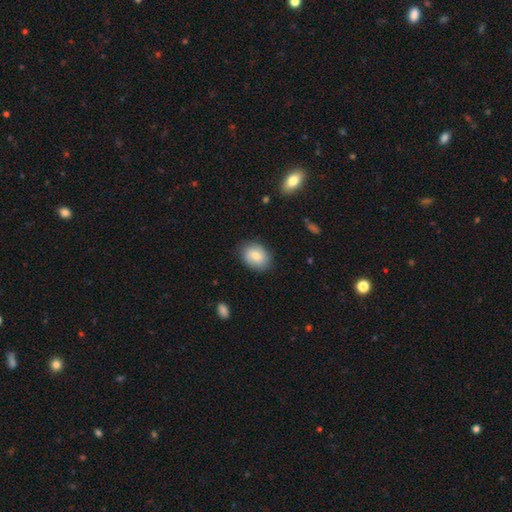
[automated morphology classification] Smooth or featured? smooth (77%)
How rounded? in between (65%)
Merging? none (83%)